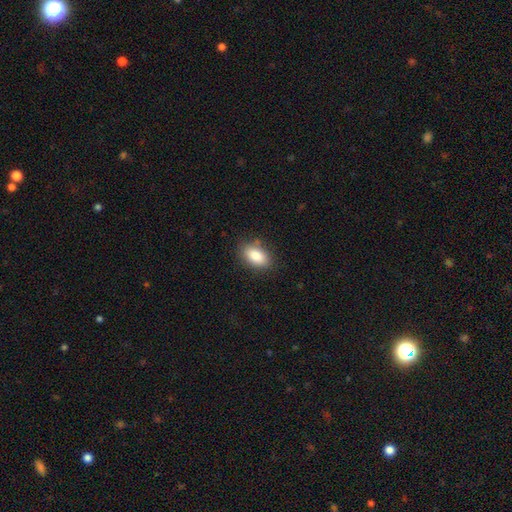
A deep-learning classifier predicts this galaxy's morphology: A smooth galaxy with no disk features (85%) that is in between round and cigar-shaped (90%). Merging: none (82%).